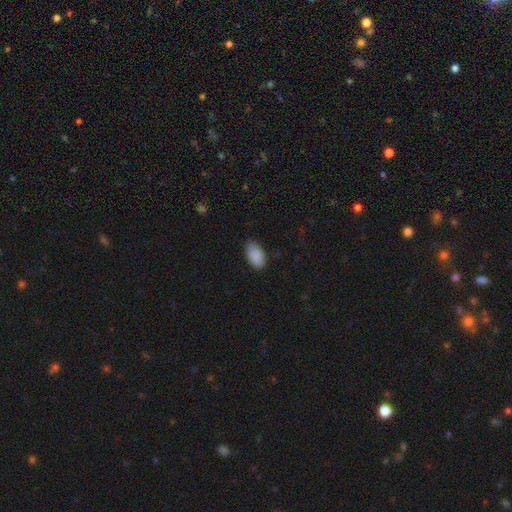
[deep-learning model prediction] Smooth or featured? smooth (89%)
How rounded? in between (93%)
Merging? none (74%)